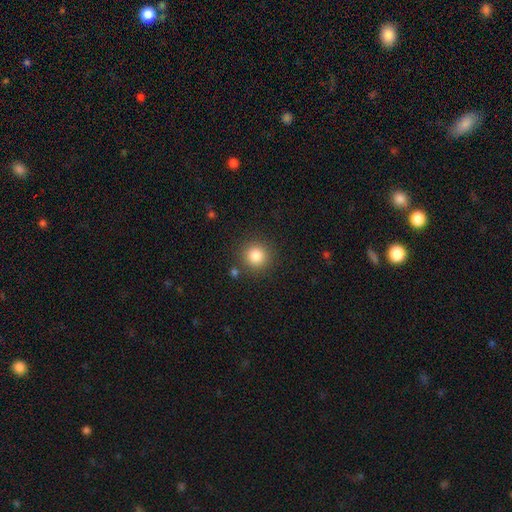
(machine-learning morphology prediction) A smooth galaxy with no disk features (83%) that is round (94%).

Vote fractions:
- Smooth or featured? smooth: 83% / star or artifact: 11% / featured or disk: 5%
- How rounded? round: 94% / in between: 5% / cigar-shaped: 1%
- Merging? none: 87% / minor disturbance: 7% / merger: 3% / major disturbance: 3%